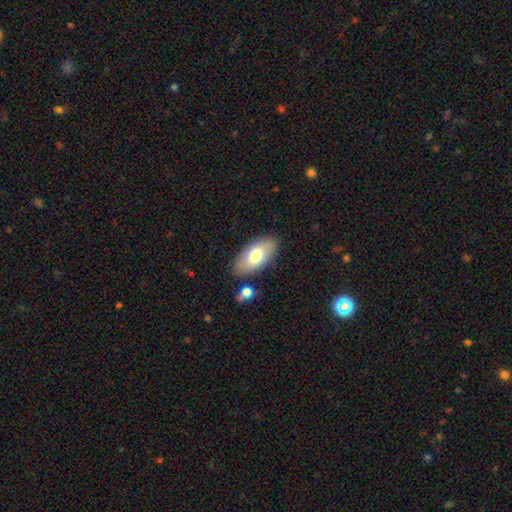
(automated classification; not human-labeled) smooth 70%, featured or disk 24%, star or artifact 6%. Down the decision tree: how rounded — in between (93%); merging — none (81%).